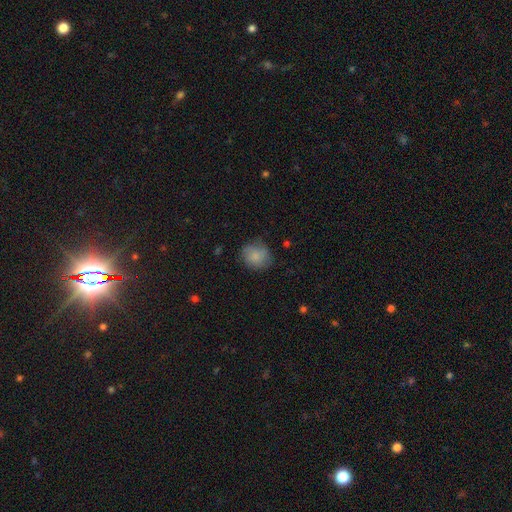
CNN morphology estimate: Smooth or featured? smooth (82%)
How rounded? round (75%)
Merging? none (70%)